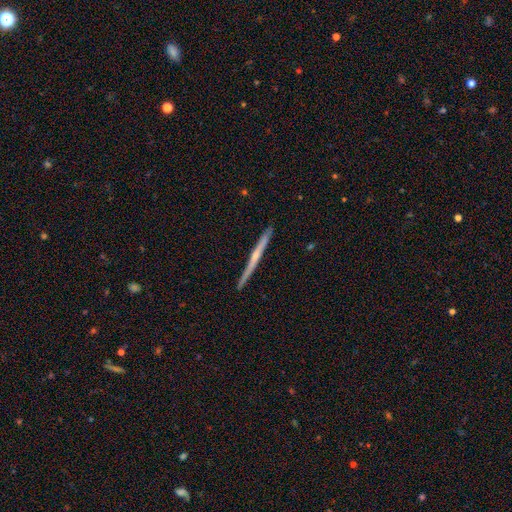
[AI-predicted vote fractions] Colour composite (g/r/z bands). It shows a featured or disk galaxy (69%) viewed edge-on (98%) with a rounded central bulge (52%). Merging: none (91%).